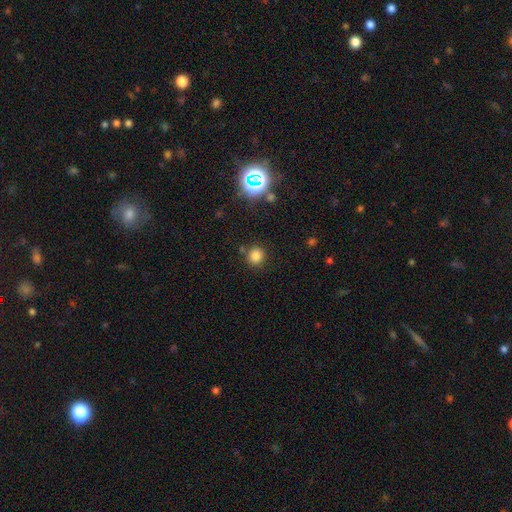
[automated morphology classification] This appears to be a smooth galaxy with no disk features (78%) that is round (90%). Merging: none (82%).